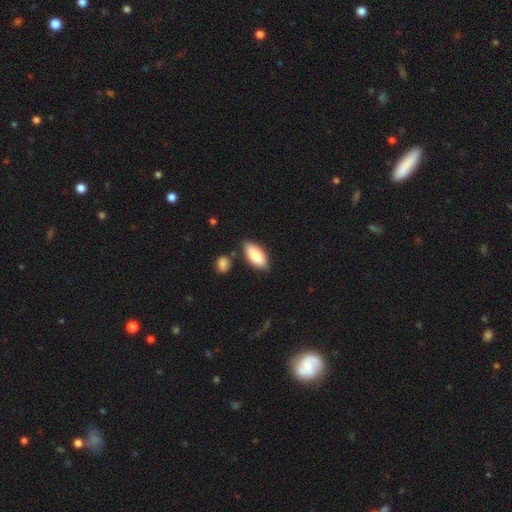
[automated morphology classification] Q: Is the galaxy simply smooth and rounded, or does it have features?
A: smooth — 85%.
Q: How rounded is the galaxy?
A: in between — 89%.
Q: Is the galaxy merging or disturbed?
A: none — 79%.